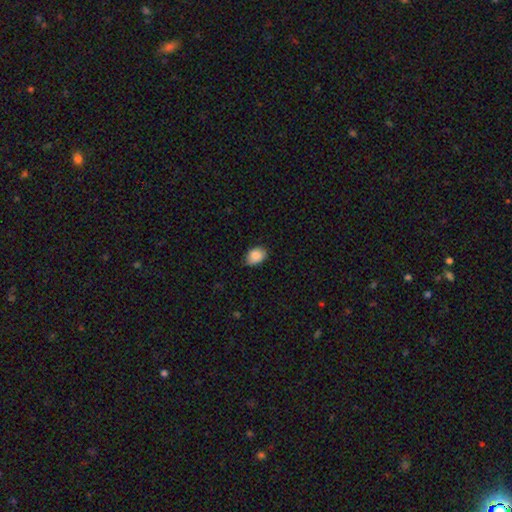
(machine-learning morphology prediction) Smooth or featured: smooth — 87% (star or artifact — 8%)
How rounded: in between — 73% (round — 26%)
Merging: none — 71% (minor disturbance — 25%)